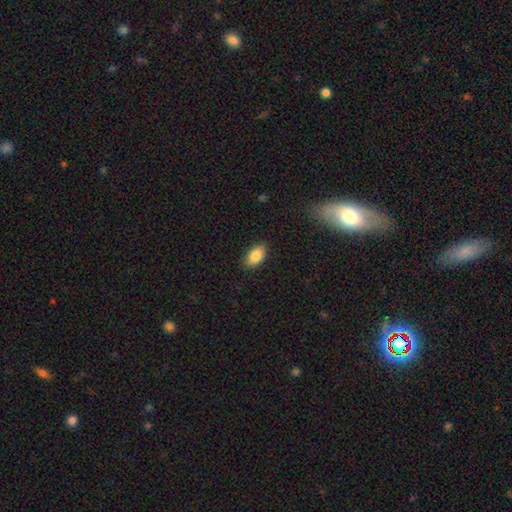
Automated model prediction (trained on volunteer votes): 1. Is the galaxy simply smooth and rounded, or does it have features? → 87% smooth, 7% star or artifact, 6% featured or disk.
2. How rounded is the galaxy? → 93% in between, 5% round, 3% cigar-shaped.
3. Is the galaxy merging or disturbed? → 86% none, 11% minor disturbance, 2% major disturbance, 1% merger.